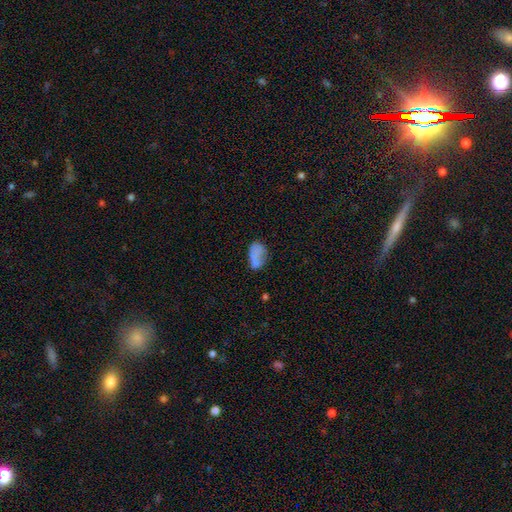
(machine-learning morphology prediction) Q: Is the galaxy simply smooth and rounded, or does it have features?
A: smooth — 70%.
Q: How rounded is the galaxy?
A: in between — 86%.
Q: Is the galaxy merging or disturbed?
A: none — 41%.